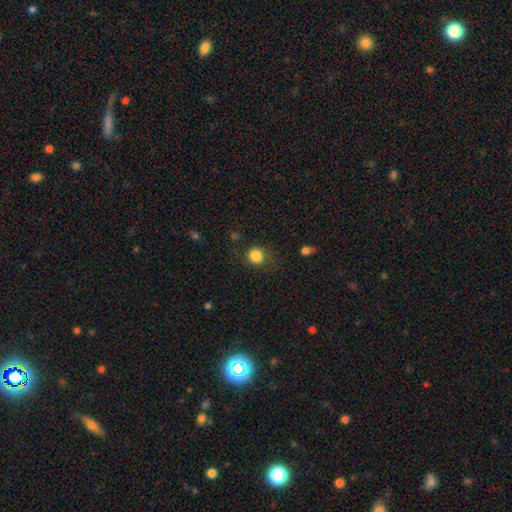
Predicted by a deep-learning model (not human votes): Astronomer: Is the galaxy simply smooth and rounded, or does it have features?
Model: smooth — 85%.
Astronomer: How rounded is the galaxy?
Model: round — 83%.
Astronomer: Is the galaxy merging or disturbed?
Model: none — 75%.